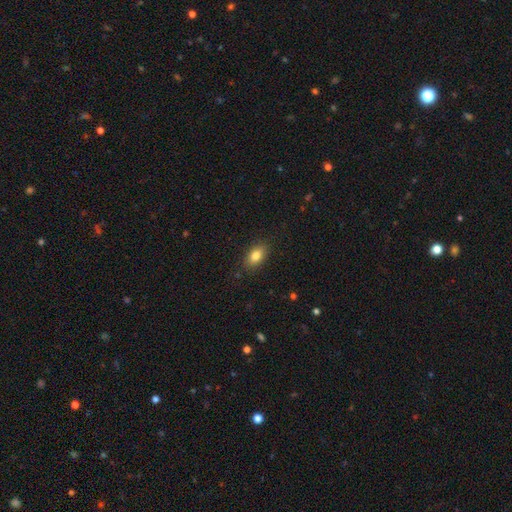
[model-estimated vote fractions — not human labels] smooth_or_featured: smooth (p=0.84) [alt: star or artifact p=0.09]
how_rounded: in between (p=0.86) [alt: round p=0.11]
merging: none (p=0.86) [alt: minor disturbance p=0.10]